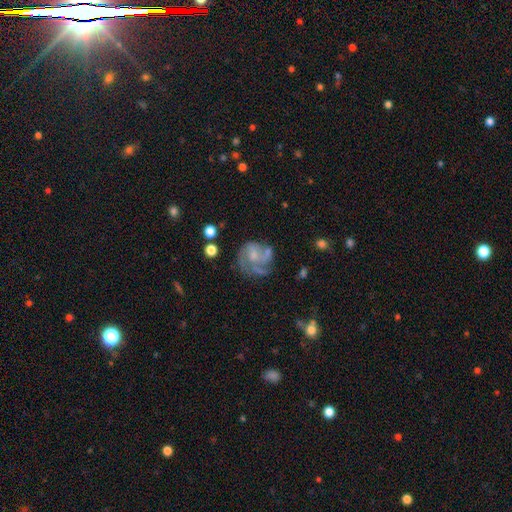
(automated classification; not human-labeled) The model was most divided on "spiral arm count": 3: 31%, can't tell: 30%, 2: 19%, 4: 8%, 1: 7%, more than 4: 5%. Remaining: edge-on disk — no (98%); spiral arms — yes (80%); bar — no (70%); smooth or featured — featured or disk (70%); merging — none (50%); bulge size — small (43%); spiral winding — medium (42%).